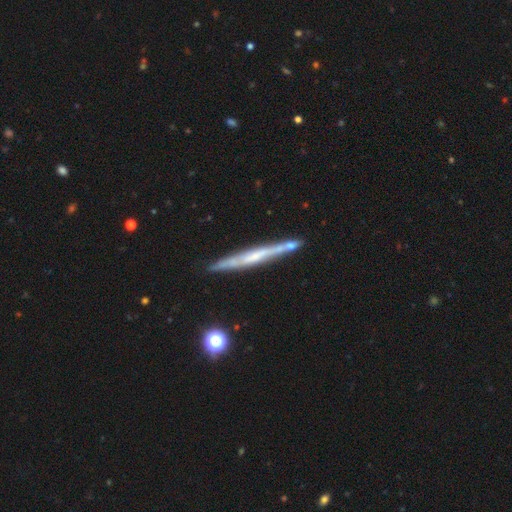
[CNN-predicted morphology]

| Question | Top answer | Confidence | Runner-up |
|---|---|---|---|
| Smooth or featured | featured or disk | 67% | smooth (26%) |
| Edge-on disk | yes | 95% | no (5%) |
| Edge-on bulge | none | 60% | rounded (25%) |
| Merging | none | 78% | minor disturbance (12%) |